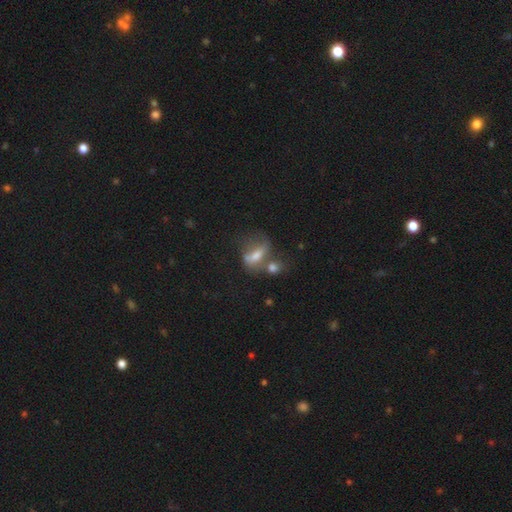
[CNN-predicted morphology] Q: Smooth or featured?
A: smooth (50%); runner-up: featured or disk (37%)
Q: How rounded?
A: in between (73%); runner-up: round (15%)
Q: Merging?
A: merger (37%); runner-up: none (25%)